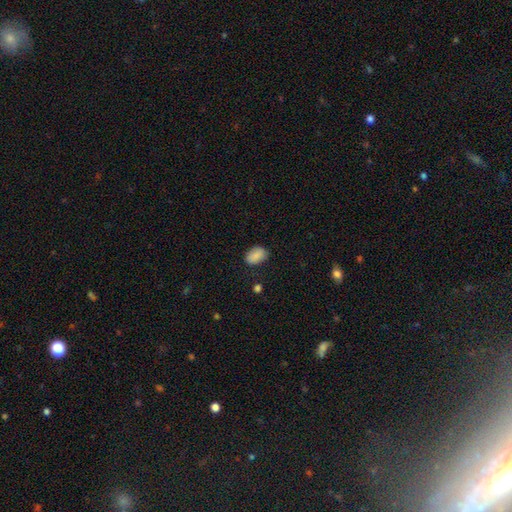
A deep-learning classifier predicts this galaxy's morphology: A smooth galaxy with no disk features (88%) that is in between round and cigar-shaped (89%). Merging: none (78%).